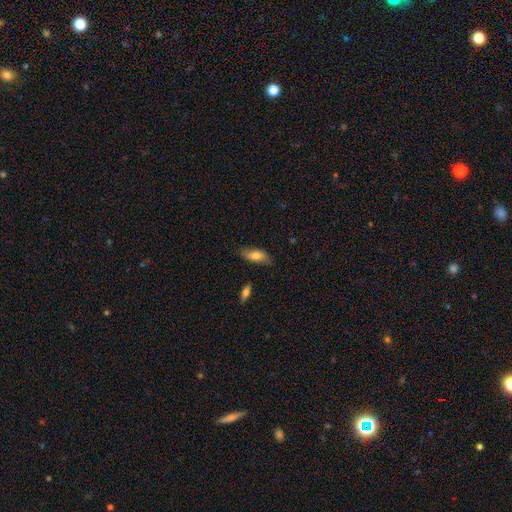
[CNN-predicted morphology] smooth 73%, featured or disk 21%, star or artifact 7%. Down the decision tree: how rounded — in between (76%); merging — none (79%).